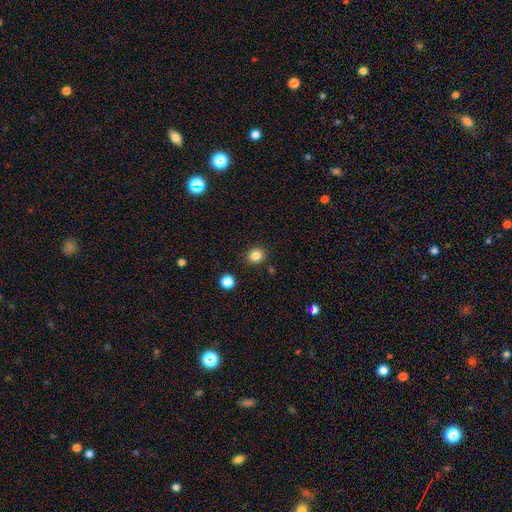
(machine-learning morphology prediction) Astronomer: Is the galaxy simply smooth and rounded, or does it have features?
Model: smooth — 84%.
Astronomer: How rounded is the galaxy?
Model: round — 73%.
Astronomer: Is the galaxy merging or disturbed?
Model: none — 88%.